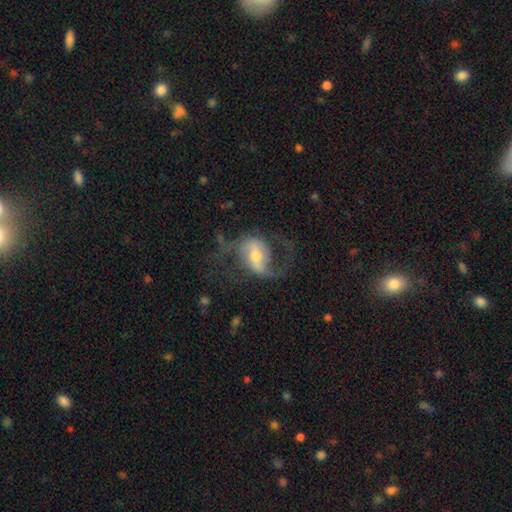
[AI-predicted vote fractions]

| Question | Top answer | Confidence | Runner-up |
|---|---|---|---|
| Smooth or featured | featured or disk | 78% | smooth (15%) |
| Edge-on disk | no | 96% | yes (4%) |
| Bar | weak | 43% | strong (35%) |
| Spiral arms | yes | 89% | no (11%) |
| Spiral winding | loose | 54% | medium (39%) |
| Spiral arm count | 2 | 86% | 1 (7%) |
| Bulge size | moderate | 61% | small (29%) |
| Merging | none | 59% | major disturbance (22%) |